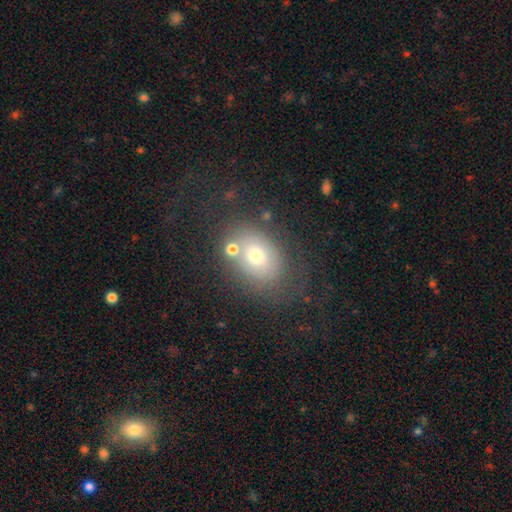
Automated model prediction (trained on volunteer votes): Smooth or featured?
  - smooth: 63% *
  - featured or disk: 24%
  - star or artifact: 13%
How rounded?
  - in between: 68% *
  - round: 31%
  - cigar-shaped: 1%
Merging?
  - none: 62% *
  - minor disturbance: 17%
  - merger: 11%
  - major disturbance: 10%